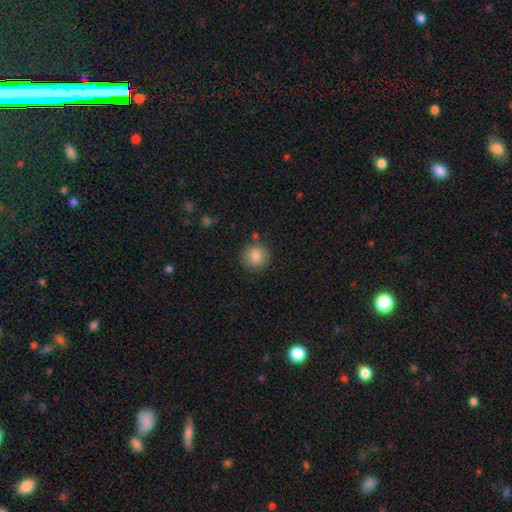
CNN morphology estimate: smooth 85%, star or artifact 9%, featured or disk 6%. Down the decision tree: how rounded — round (94%); merging — none (86%).